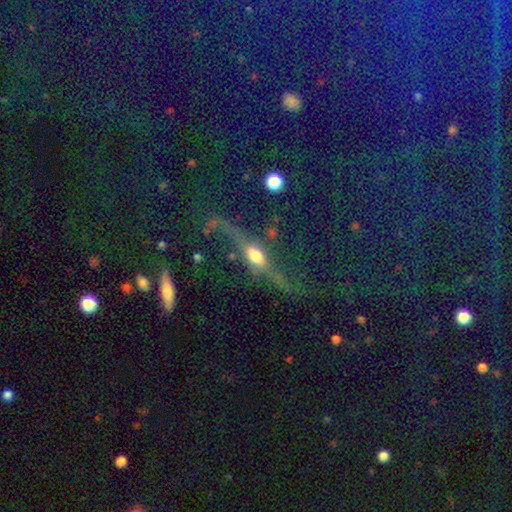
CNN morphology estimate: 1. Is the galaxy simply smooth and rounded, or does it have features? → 64% featured or disk, 24% smooth, 12% star or artifact.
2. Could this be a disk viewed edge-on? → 65% yes, 35% no.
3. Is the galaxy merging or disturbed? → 47% none, 26% major disturbance, 18% minor disturbance, 8% merger.